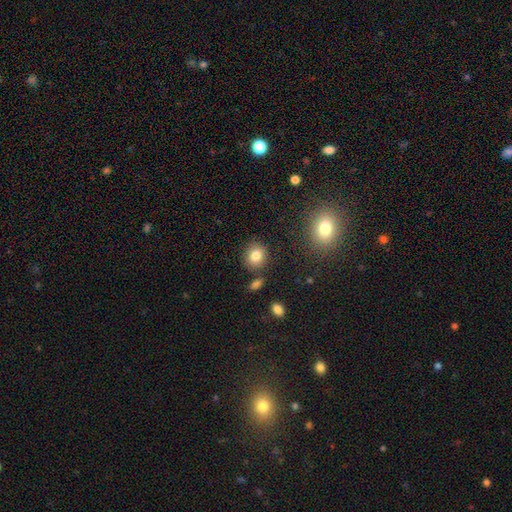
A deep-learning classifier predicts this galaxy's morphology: smooth-or-featured: smooth: 82% | star or artifact: 11% | featured or disk: 8%
  how-rounded: round: 76% | in between: 22% | cigar-shaped: 1%
  merging: none: 82% | minor disturbance: 10% | merger: 5% | major disturbance: 3%